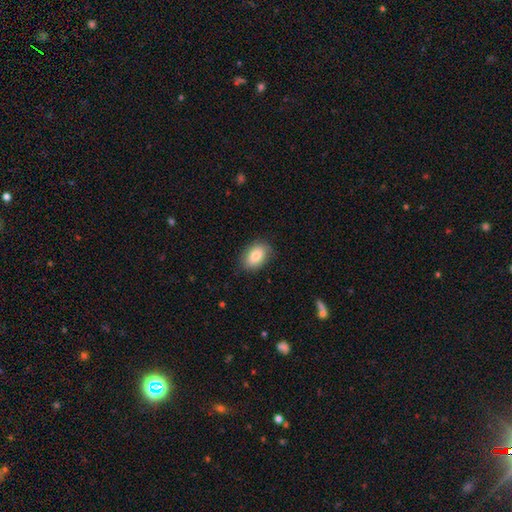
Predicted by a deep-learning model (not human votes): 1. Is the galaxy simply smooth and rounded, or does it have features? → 84% smooth, 9% featured or disk, 7% star or artifact.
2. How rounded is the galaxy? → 85% in between, 13% round, 1% cigar-shaped.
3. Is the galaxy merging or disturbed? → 83% none, 13% minor disturbance, 3% major disturbance, 1% merger.